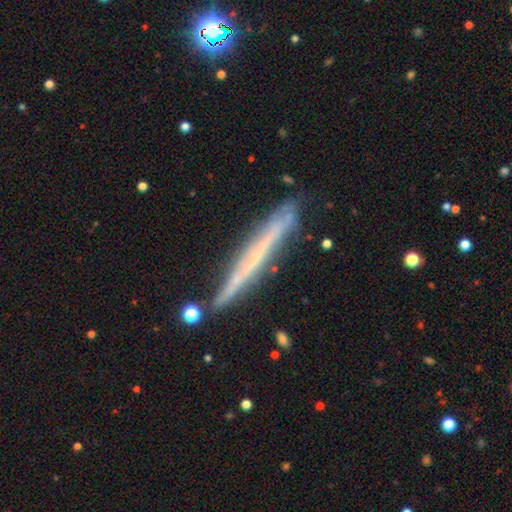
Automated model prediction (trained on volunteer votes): Smooth or featured? Predicted: featured or disk (p=0.63). Edge-on disk? Predicted: yes (p=0.95). Edge-on bulge? Predicted: none (p=0.84). Merging? Predicted: none (p=0.83).